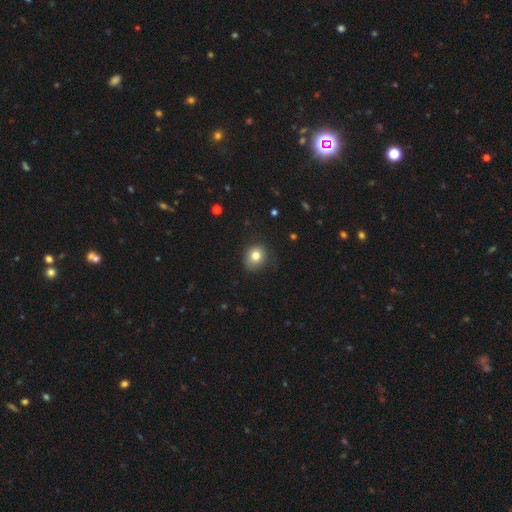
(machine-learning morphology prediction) smooth_or_featured: smooth (p=0.79) [alt: star or artifact p=0.11]
how_rounded: round (p=0.77) [alt: in between p=0.22]
merging: none (p=0.77) [alt: minor disturbance p=0.18]